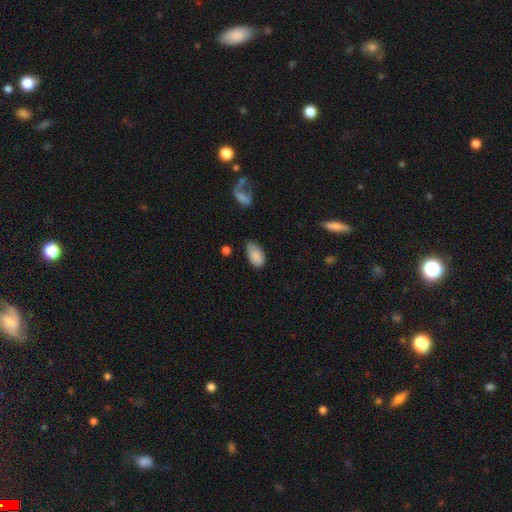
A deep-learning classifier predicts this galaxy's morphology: Smooth or featured? Predicted: smooth (p=0.87). How rounded? Predicted: in between (p=0.94). Merging? Predicted: none (p=0.54).